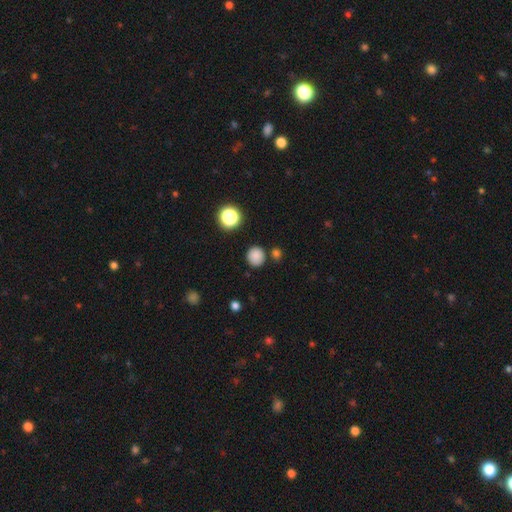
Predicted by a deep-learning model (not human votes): Smooth or featured? Predicted: smooth (p=0.84). How rounded? Predicted: round (p=0.88). Merging? Predicted: none (p=0.82).